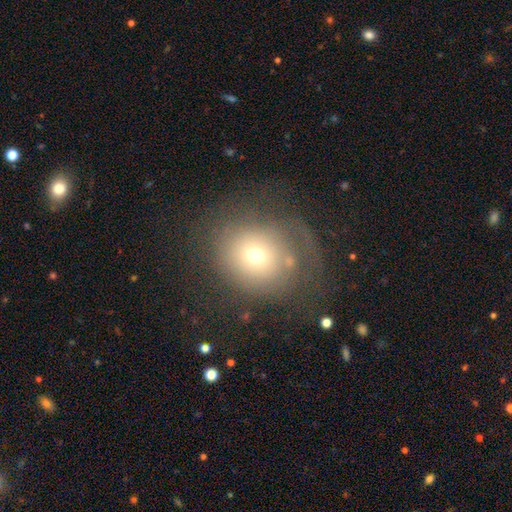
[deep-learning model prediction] Morphology: type=smooth (58%); roundness=round (81%); merging=none (57%).